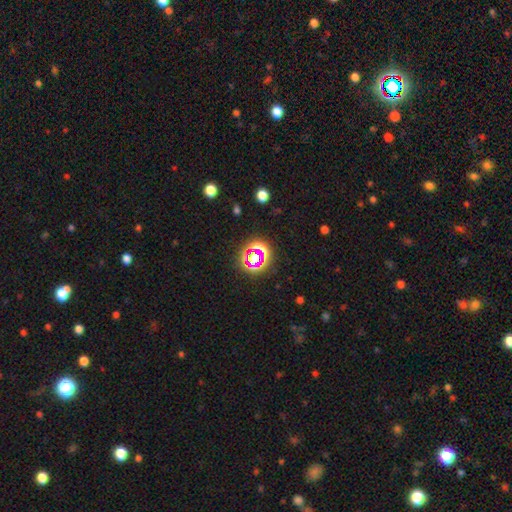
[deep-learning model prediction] Smooth or featured: star or artifact — 68% (smooth — 20%)